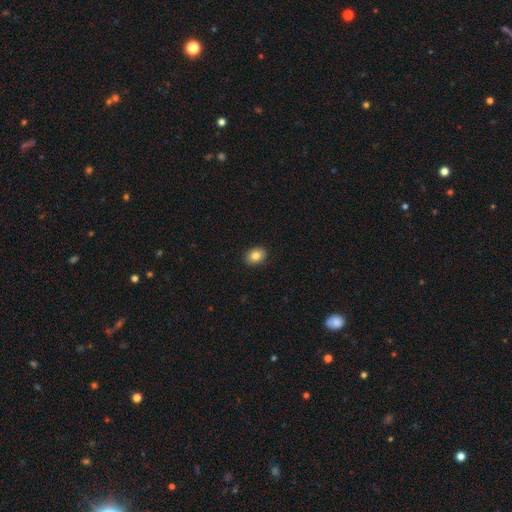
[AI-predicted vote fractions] A smooth galaxy with no disk features (83%) that is in between round and cigar-shaped (71%). Merging: none (90%).